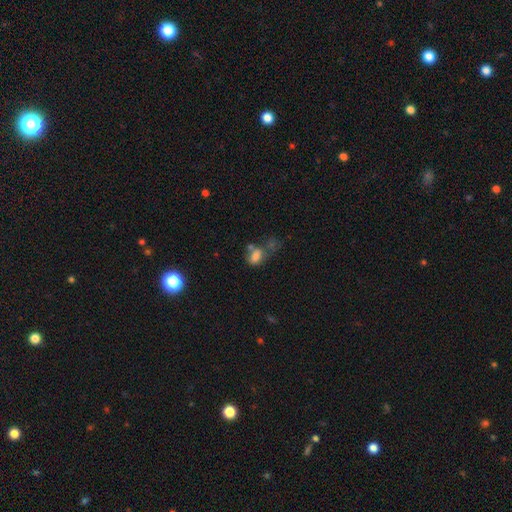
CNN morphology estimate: Overall: smooth (69%). How rounded: in between (79%). Merging: merger (34%; none 25%).